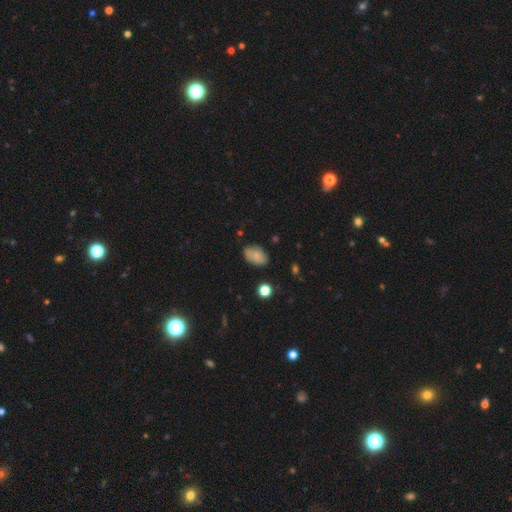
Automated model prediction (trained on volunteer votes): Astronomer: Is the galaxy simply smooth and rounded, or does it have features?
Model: smooth — 80%.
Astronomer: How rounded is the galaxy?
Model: in between — 88%.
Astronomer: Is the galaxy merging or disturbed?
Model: none — 73%.